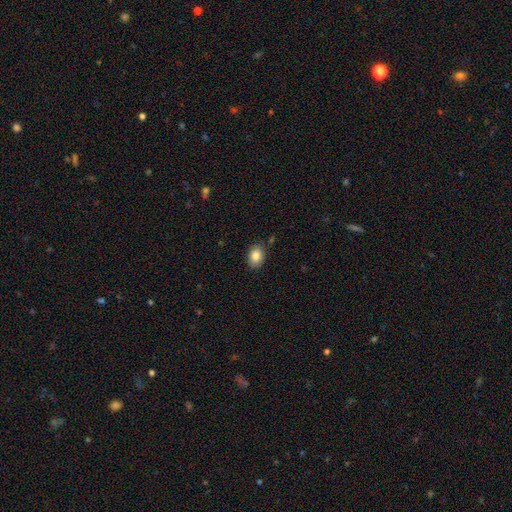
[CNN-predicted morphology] Smooth or featured: smooth — 85% (star or artifact — 8%)
How rounded: in between — 76% (round — 23%)
Merging: none — 84% (minor disturbance — 11%)